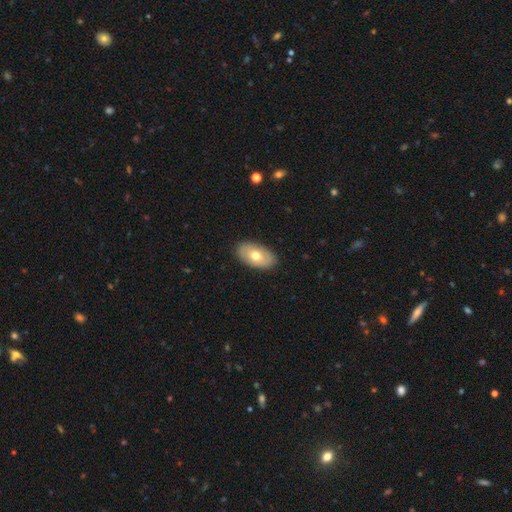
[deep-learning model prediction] smooth 63%, featured or disk 31%, star or artifact 6%. Down the decision tree: how rounded — in between (93%); merging — none (87%).